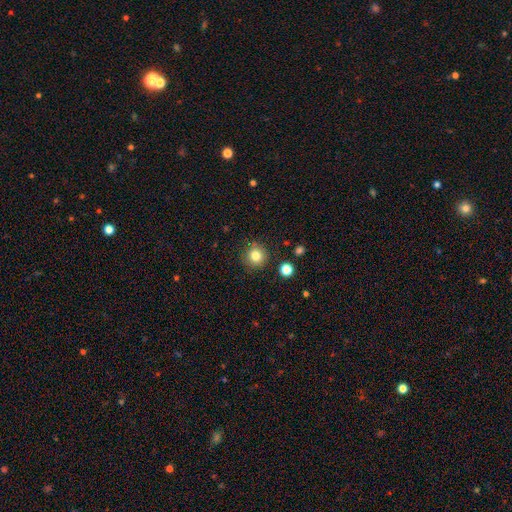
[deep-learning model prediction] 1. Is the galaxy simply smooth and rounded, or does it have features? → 82% smooth, 12% star or artifact, 7% featured or disk.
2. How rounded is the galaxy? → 93% round, 6% in between, 1% cigar-shaped.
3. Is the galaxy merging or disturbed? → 86% none, 9% minor disturbance, 3% merger, 3% major disturbance.